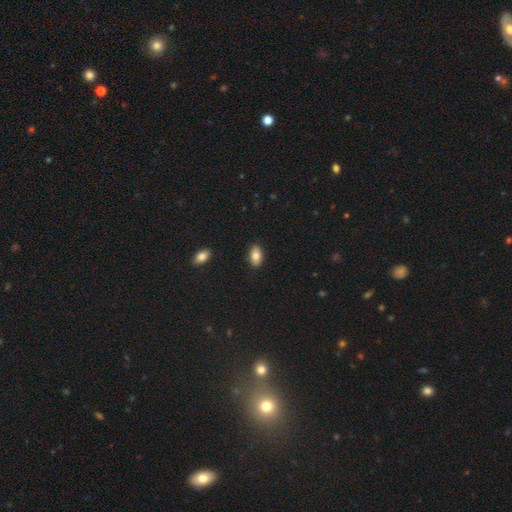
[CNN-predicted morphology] smooth 81%, featured or disk 11%, star or artifact 7%. Down the decision tree: how rounded — in between (92%); merging — none (88%).